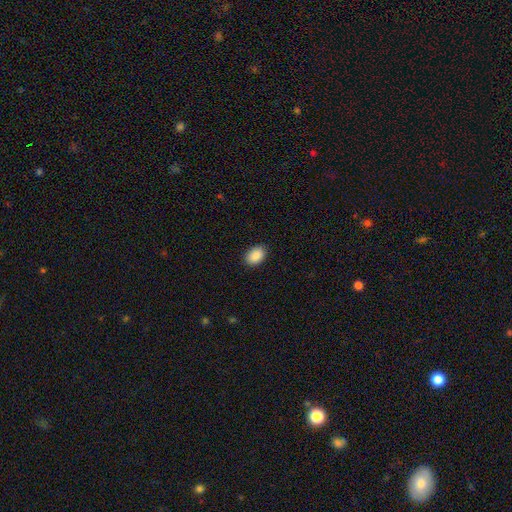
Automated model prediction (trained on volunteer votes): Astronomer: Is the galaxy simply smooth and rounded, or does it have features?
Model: smooth — 90%.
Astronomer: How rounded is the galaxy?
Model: in between — 85%.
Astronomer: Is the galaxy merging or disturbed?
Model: none — 88%.